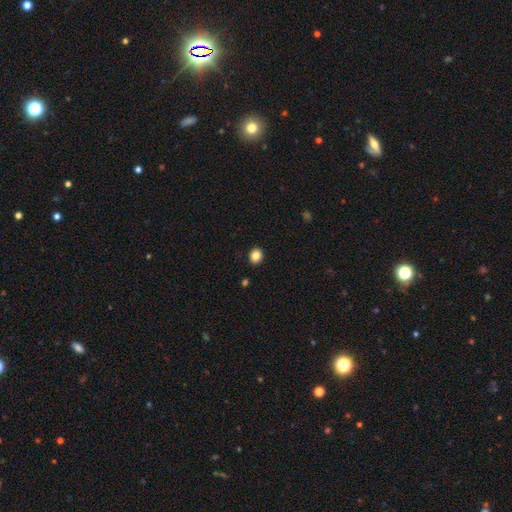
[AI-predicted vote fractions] A smooth galaxy with no disk features (85%) that is round (67%). Merging: none (91%).